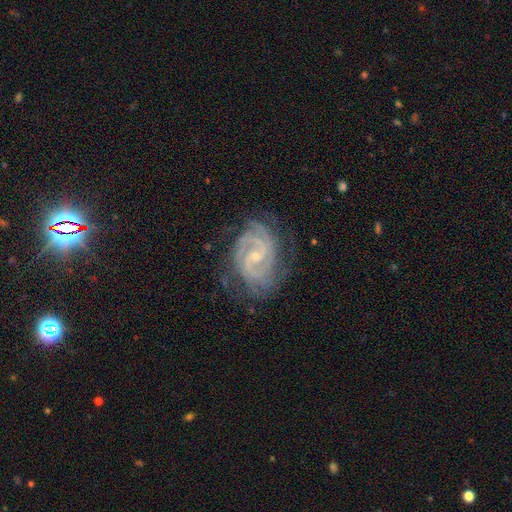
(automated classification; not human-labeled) featured or disk 91%, star or artifact 5%, smooth 4%. Down the decision tree: edge-on disk — no (98%); bar — weak (47%); spiral arms — yes (98%); spiral arm count — 2 (55%); spiral winding — tight (63%); bulge size — small (71%); merging — none (73%).